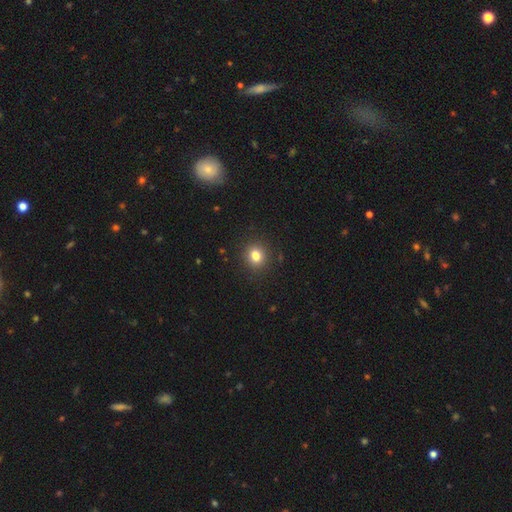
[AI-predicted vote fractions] Overall: smooth (81%). How rounded: round (80%). Merging: none (90%).